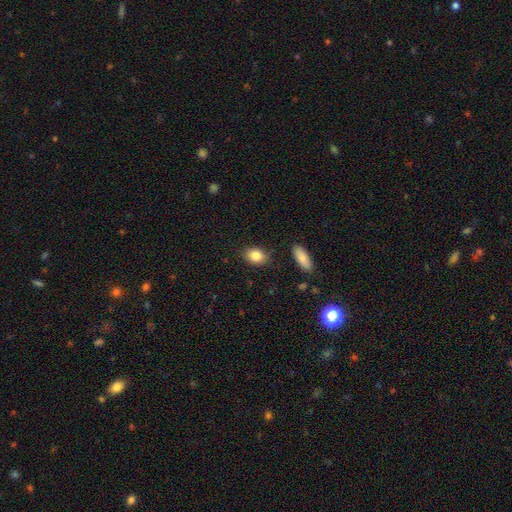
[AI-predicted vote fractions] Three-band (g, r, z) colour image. It shows a smooth galaxy with no disk features (85%) that is in between round and cigar-shaped (69%). Merging: none (84%).